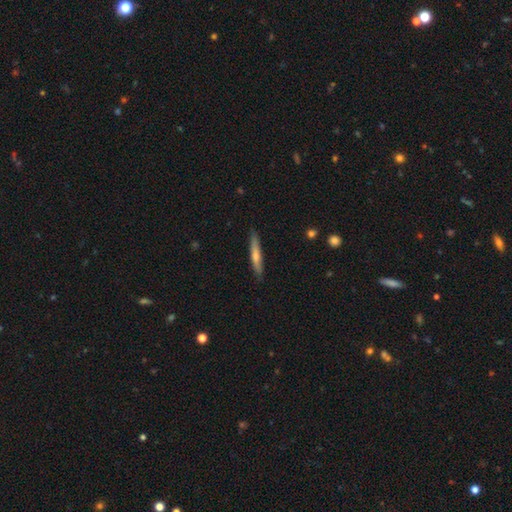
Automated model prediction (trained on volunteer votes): Smooth or featured? smooth (58%)
How rounded? cigar-shaped (93%)
Merging? none (86%)